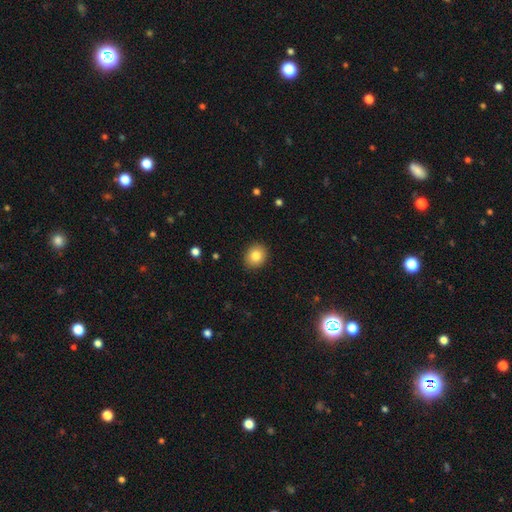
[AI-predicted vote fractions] Smooth or featured? Predicted: smooth (p=0.84). How rounded? Predicted: round (p=0.64). Merging? Predicted: none (p=0.90).